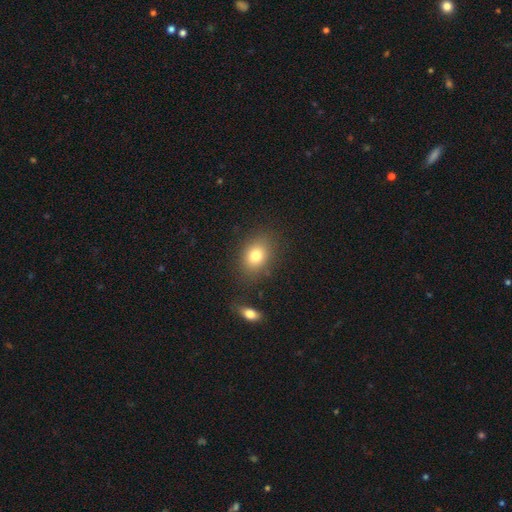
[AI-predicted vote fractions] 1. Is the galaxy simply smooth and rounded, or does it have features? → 78% smooth, 11% star or artifact, 11% featured or disk.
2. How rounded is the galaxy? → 63% in between, 36% round, 1% cigar-shaped.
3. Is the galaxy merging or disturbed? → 80% none, 12% minor disturbance, 4% major disturbance, 4% merger.